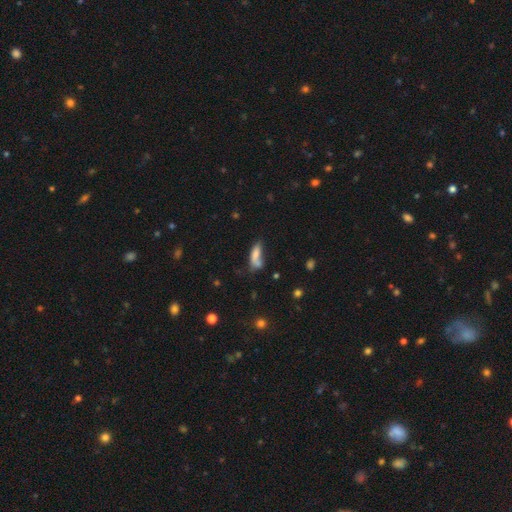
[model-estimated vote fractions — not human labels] This is likely a smooth galaxy (72%). How rounded: possibly in between (56%). Merging: marginally none (34%).